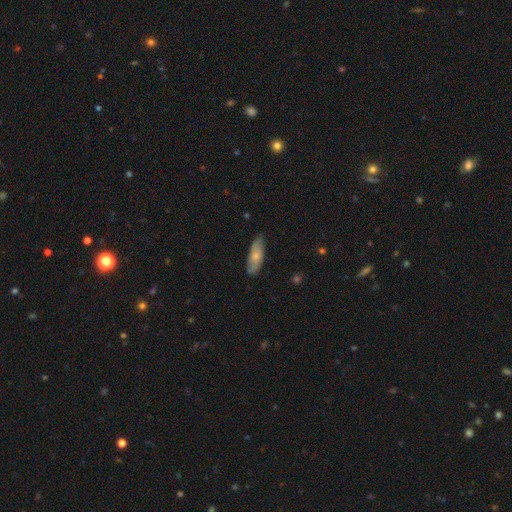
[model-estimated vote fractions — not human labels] The model was most divided on "how rounded": in between: 64%, cigar-shaped: 34%, round: 2%. More confident: merging — none (79%); smooth or featured — smooth (67%).